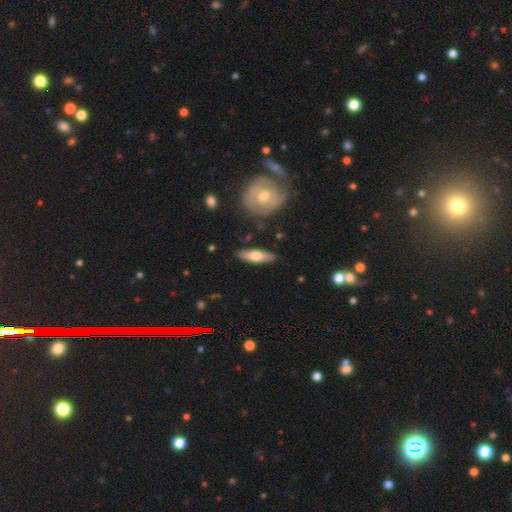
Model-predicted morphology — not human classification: Q: Smooth or featured?
A: smooth (54%); runner-up: featured or disk (41%)
Q: How rounded?
A: cigar-shaped (61%); runner-up: in between (36%)
Q: Merging?
A: none (86%); runner-up: minor disturbance (10%)